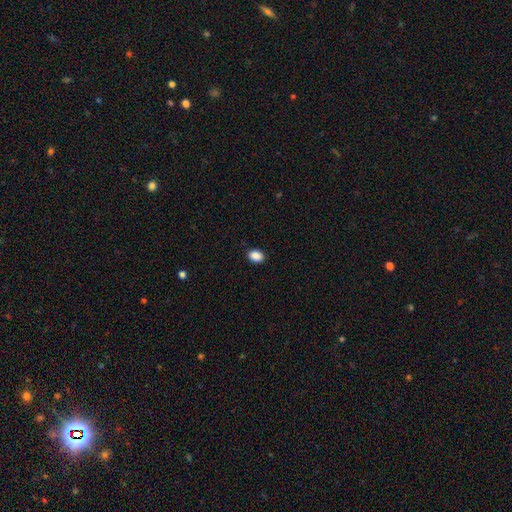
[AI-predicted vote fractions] The model was most divided on "how rounded": in between: 72%, round: 27%, cigar-shaped: 1%. More confident: merging — none (90%); smooth or featured — smooth (89%).